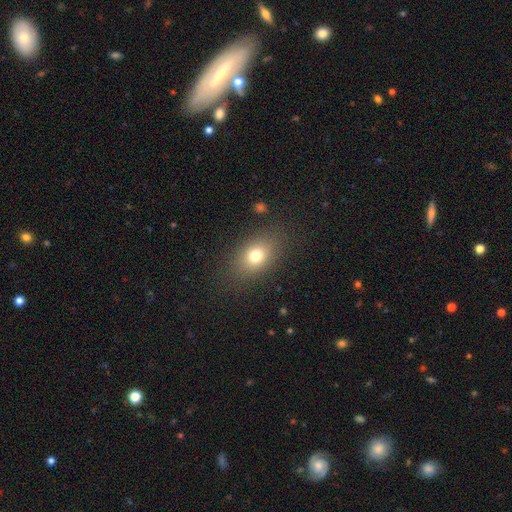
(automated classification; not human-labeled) A smooth galaxy with no disk features (75%) that is in between round and cigar-shaped (72%).

Vote fractions:
- Smooth or featured? smooth: 75% / featured or disk: 13% / star or artifact: 12%
- How rounded? in between: 72% / round: 25% / cigar-shaped: 2%
- Merging? none: 83% / minor disturbance: 11% / major disturbance: 5% / merger: 1%